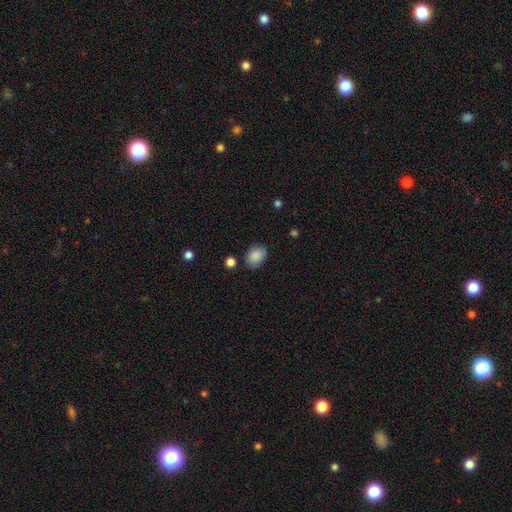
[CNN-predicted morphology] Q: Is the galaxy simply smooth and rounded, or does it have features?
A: smooth — 87%.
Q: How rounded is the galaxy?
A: in between — 67%.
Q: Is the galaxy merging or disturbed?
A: none — 77%.